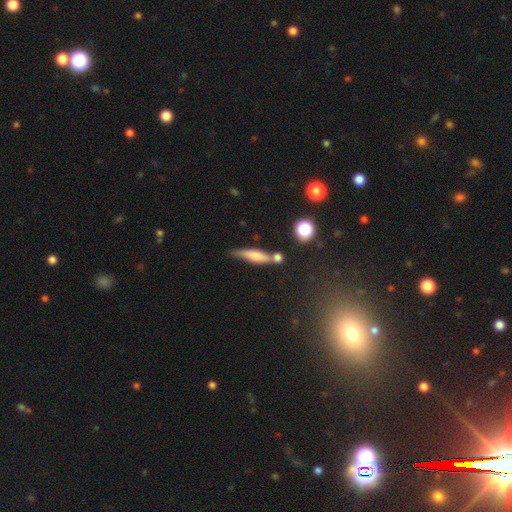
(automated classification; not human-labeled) A smooth galaxy with no disk features (63%) that is cigar-shaped (67%).

Vote fractions:
- Smooth or featured? smooth: 63% / featured or disk: 28% / star or artifact: 9%
- How rounded? cigar-shaped: 67% / in between: 30% / round: 3%
- Merging? none: 50% / minor disturbance: 22% / merger: 21% / major disturbance: 7%